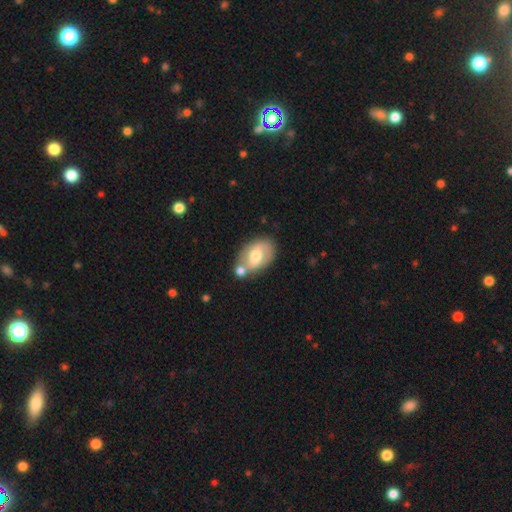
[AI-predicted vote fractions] The model was most divided on "smooth or featured": smooth: 49%, featured or disk: 45%, star or artifact: 7%. More confident: merging — none (53%).